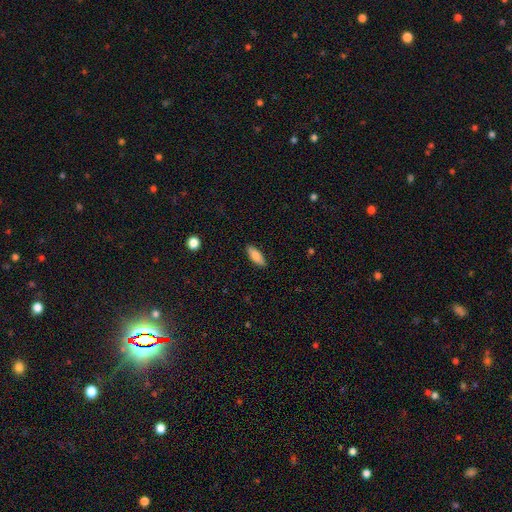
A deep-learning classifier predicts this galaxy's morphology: smooth-or-featured: smooth: 79% | featured or disk: 15% | star or artifact: 6%
  how-rounded: in between: 67% | cigar-shaped: 31% | round: 2%
  merging: none: 89% | minor disturbance: 8% | major disturbance: 2% | merger: 1%